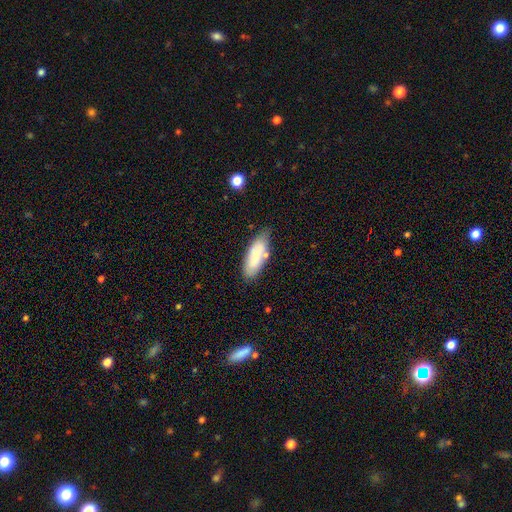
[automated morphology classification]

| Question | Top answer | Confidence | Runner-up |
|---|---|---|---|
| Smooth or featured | smooth | 78% | featured or disk (16%) |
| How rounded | in between | 71% | cigar-shaped (27%) |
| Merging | none | 70% | minor disturbance (19%) |